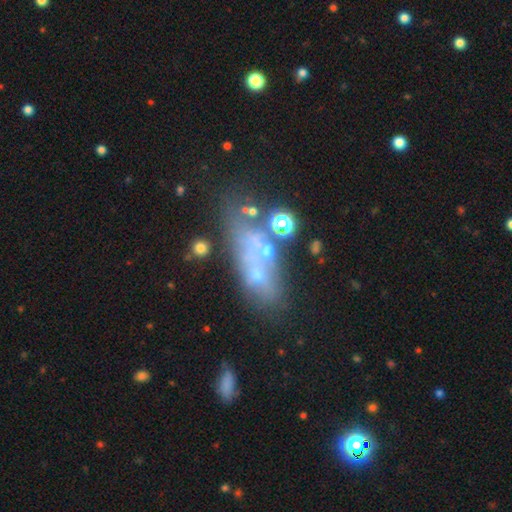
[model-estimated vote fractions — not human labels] A featured or disk galaxy (46%).

Vote fractions:
- Smooth or featured? featured or disk: 46% / smooth: 31% / star or artifact: 23%
- Merging? none: 39% / merger: 24% / major disturbance: 19% / minor disturbance: 18%